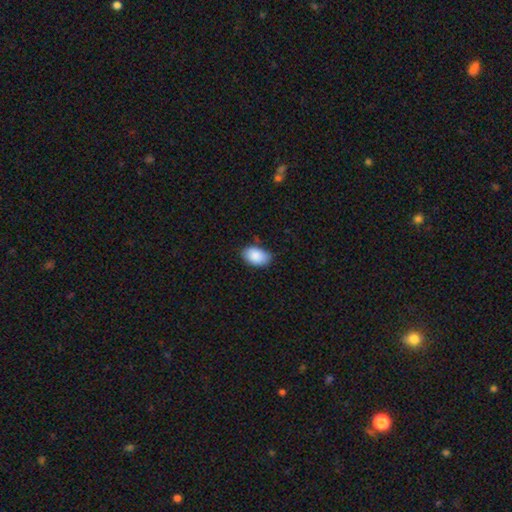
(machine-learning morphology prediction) The model was most divided on "merging": none: 78%, minor disturbance: 18%, major disturbance: 3%, merger: 1%. More confident: how rounded — in between (92%); smooth or featured — smooth (89%).